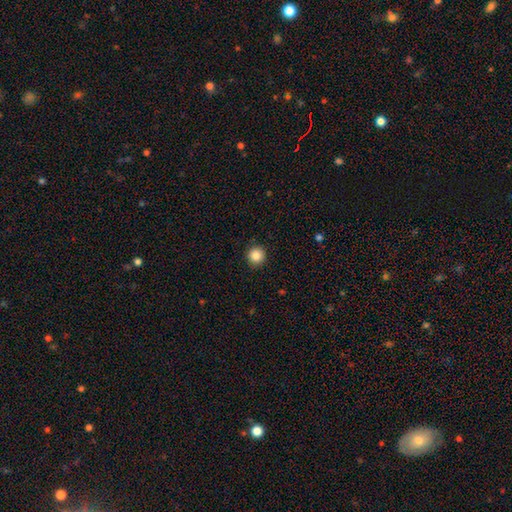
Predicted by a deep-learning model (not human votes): This appears to be a smooth galaxy with no disk features (86%) that is round (95%). Merging: none (92%).